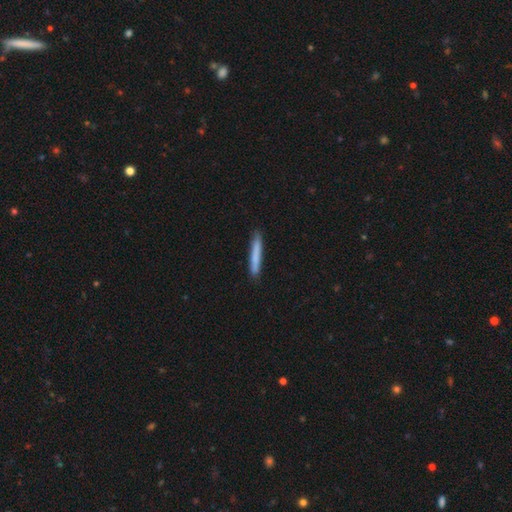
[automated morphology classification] smooth 77%, featured or disk 17%, star or artifact 6%. Down the decision tree: how rounded — cigar-shaped (96%); merging — none (88%).